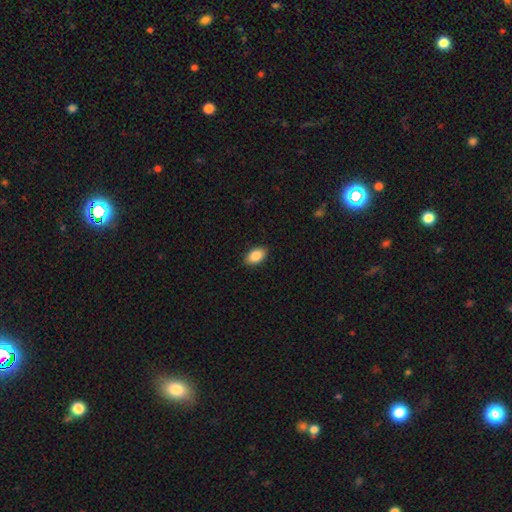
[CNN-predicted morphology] This is clearly a smooth galaxy (87%). How rounded: clearly in between (91%). Merging: clearly none (89%).